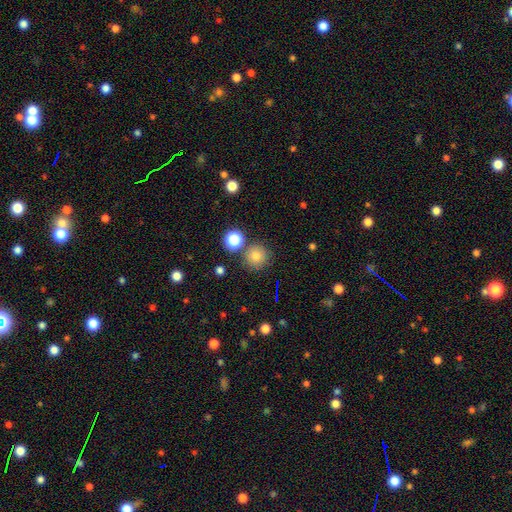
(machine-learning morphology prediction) type=smooth (77%); roundness=round (94%); merging=none (81%).